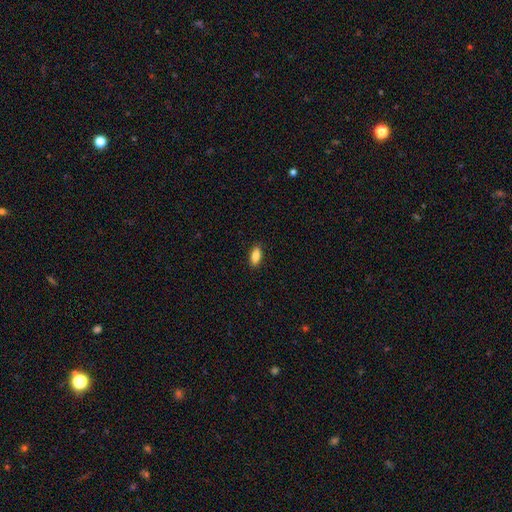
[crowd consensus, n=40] Smooth or featured: smooth — 88% (star or artifact — 8%)
How rounded: in between — 83% (cigar-shaped — 14%)
Merging: none — 86% (minor disturbance — 8%)